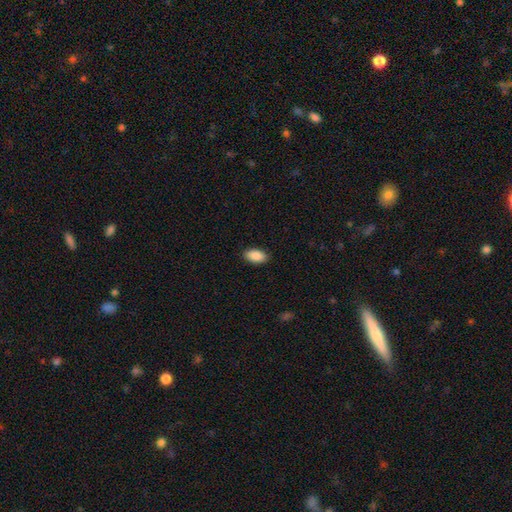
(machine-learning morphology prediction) smooth 90%, star or artifact 6%, featured or disk 4%. Down the decision tree: how rounded — in between (94%); merging — none (89%).